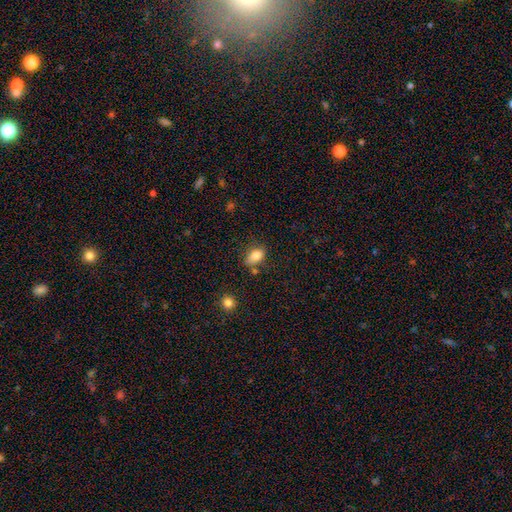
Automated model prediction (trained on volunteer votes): smooth_or_featured: smooth (p=0.84) [alt: star or artifact p=0.09]
how_rounded: in between (p=0.85) [alt: round p=0.12]
merging: none (p=0.66) [alt: minor disturbance p=0.21]